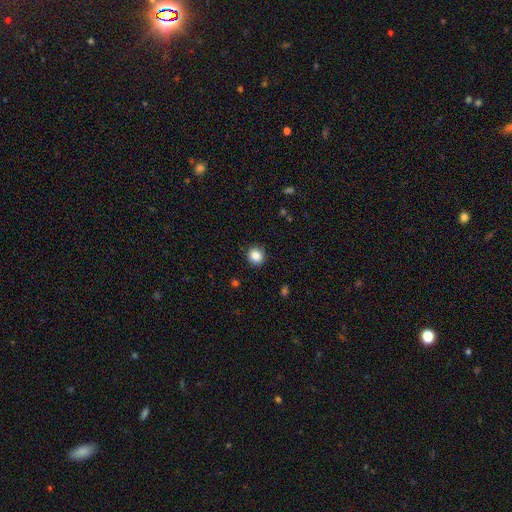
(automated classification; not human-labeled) A smooth galaxy with no disk features (87%) that is round (86%).

Vote fractions:
- Smooth or featured? smooth: 87% / star or artifact: 10% / featured or disk: 4%
- How rounded? round: 86% / in between: 13% / cigar-shaped: 1%
- Merging? none: 91% / minor disturbance: 6% / major disturbance: 2% / merger: 1%